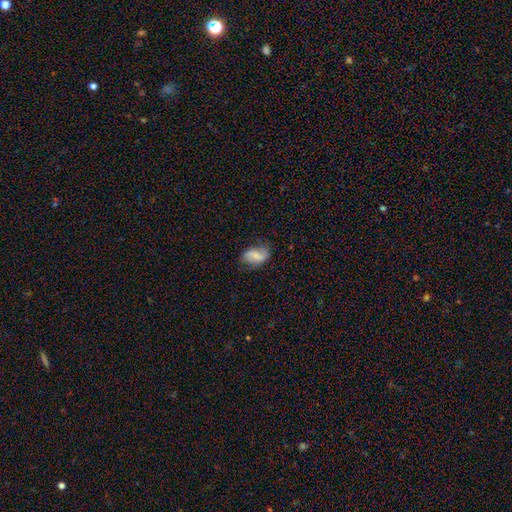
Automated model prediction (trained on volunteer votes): Smooth or featured? smooth (48%)
Merging? none (63%)